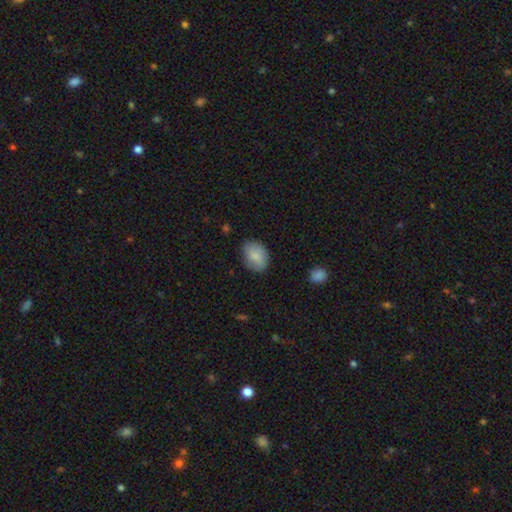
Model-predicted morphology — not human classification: This is clearly a smooth galaxy (83%). How rounded: likely in between (71%). Merging: clearly none (81%).